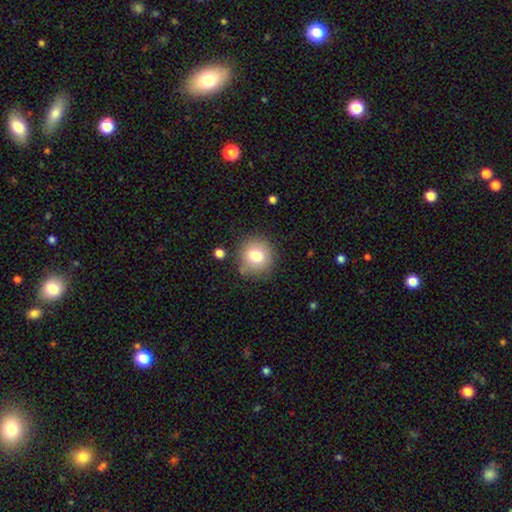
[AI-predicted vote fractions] Overall: smooth (77%). How rounded: round (89%). Merging: none (80%).